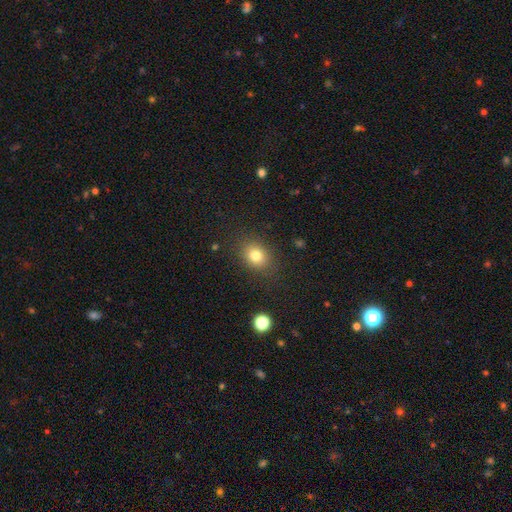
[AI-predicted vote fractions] The model was most divided on "how rounded": round: 51%, in between: 48%, cigar-shaped: 1%. More confident: merging — none (85%); smooth or featured — smooth (80%).